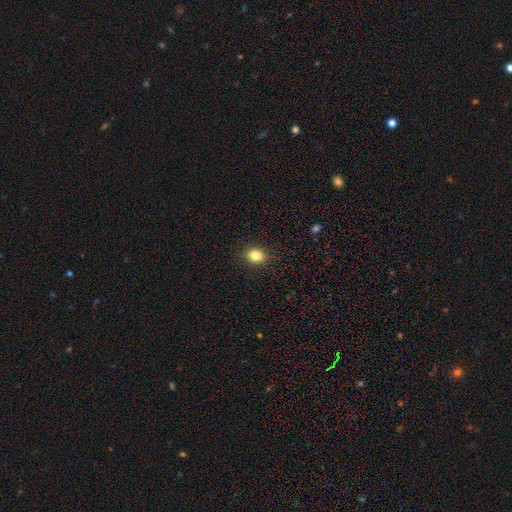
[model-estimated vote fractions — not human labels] Smooth or featured: smooth — 83% (star or artifact — 11%)
How rounded: round — 50% (in between — 49%)
Merging: none — 90% (minor disturbance — 7%)